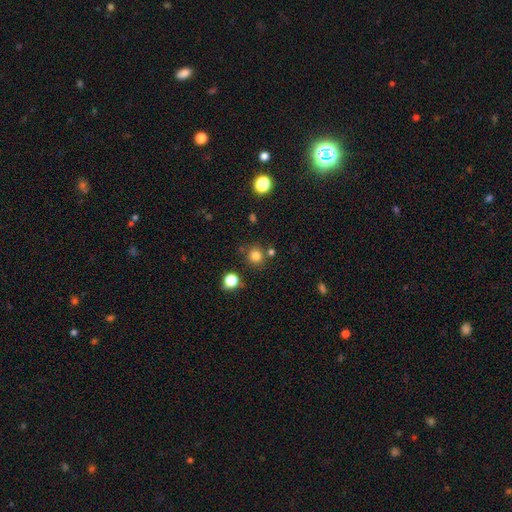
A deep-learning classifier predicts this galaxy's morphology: A smooth galaxy with no disk features (80%) that is round (91%). Merging: none (79%).